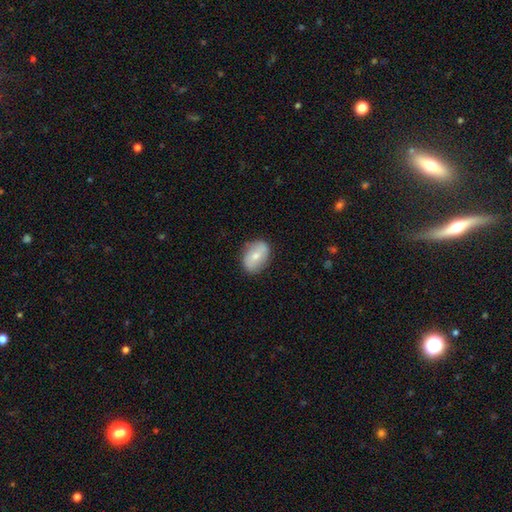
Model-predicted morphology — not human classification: This appears to be a smooth galaxy with no disk features (64%) that is in between round and cigar-shaped (78%). Merging: none (81%).